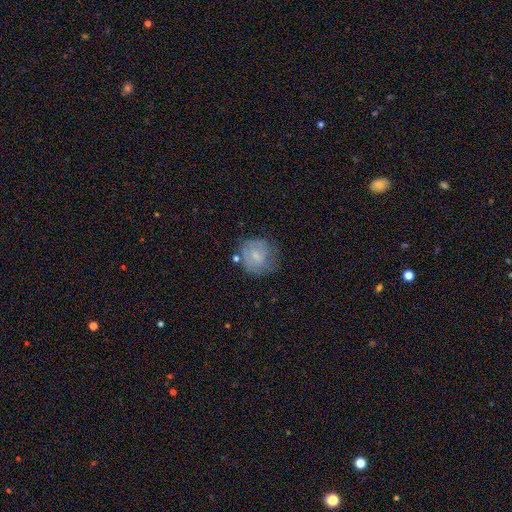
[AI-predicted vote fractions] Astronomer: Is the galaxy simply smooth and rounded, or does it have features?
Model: smooth — 58% (runner-up: featured or disk, 34%).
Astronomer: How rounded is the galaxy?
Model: round — 84%.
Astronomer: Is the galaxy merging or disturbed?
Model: none — 58%.